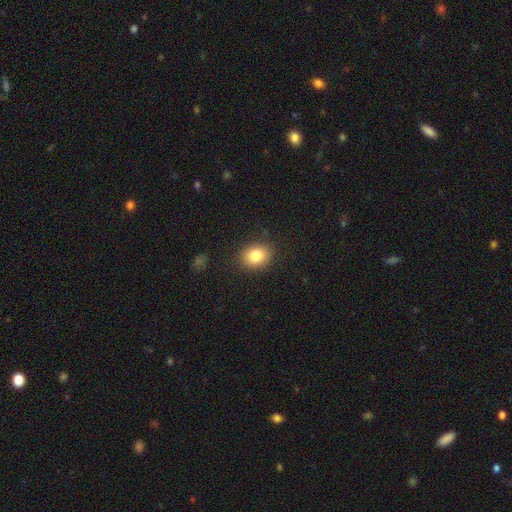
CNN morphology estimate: The model was most divided on "how rounded": in between: 50%, round: 49%, cigar-shaped: 1%. More confident: merging — none (86%); smooth or featured — smooth (83%).